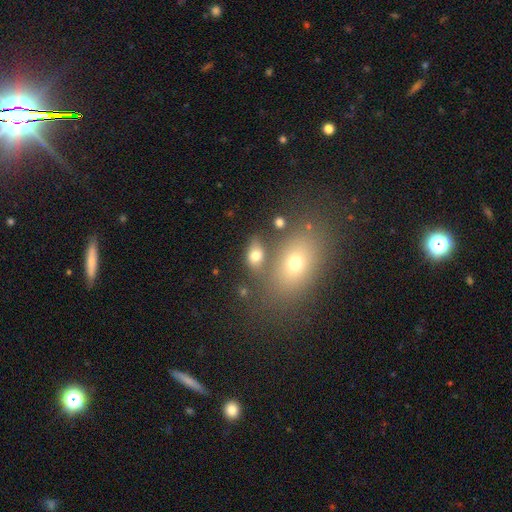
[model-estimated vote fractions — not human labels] Smooth or featured?
  - smooth: 72% *
  - featured or disk: 15%
  - star or artifact: 13%
How rounded?
  - in between: 80% *
  - round: 17%
  - cigar-shaped: 3%
Merging?
  - none: 58% *
  - merger: 21%
  - minor disturbance: 14%
  - major disturbance: 8%